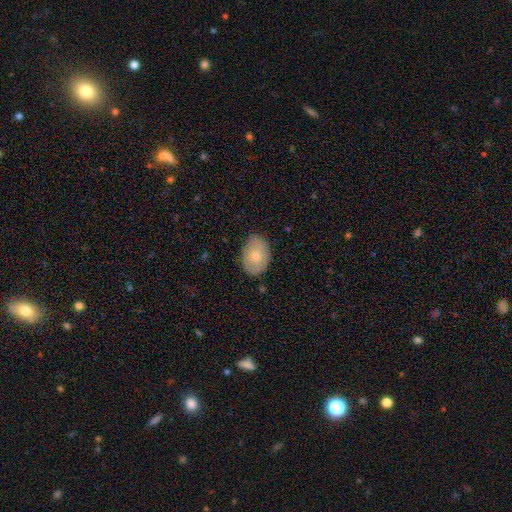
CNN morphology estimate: type=smooth (66%); roundness=in between (76%); merging=none (80%).